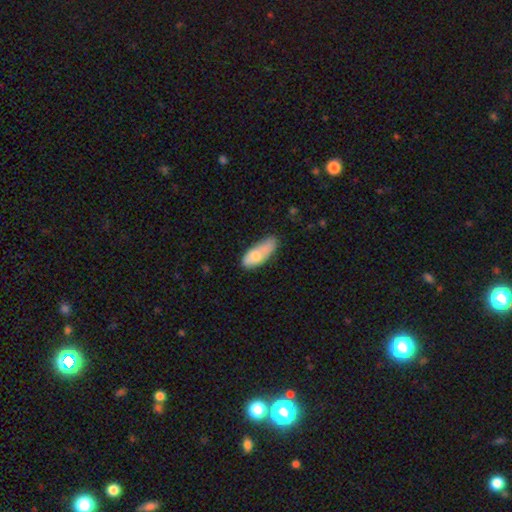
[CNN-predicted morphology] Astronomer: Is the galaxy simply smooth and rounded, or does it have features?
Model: smooth — 69%.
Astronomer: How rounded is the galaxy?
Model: in between — 78%.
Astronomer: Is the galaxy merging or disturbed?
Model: none — 41% (runner-up: minor disturbance, 37%).